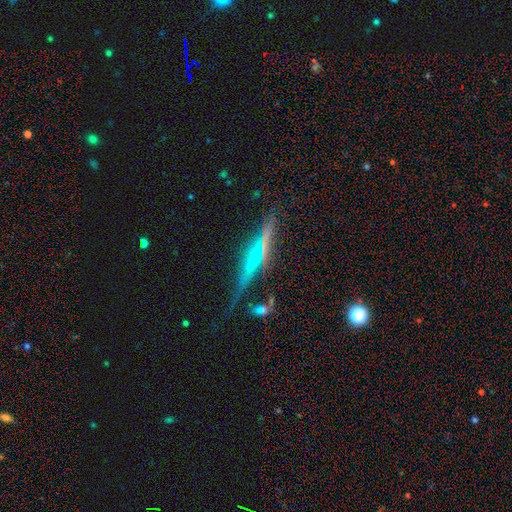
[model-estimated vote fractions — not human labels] This is possibly a featured or disk galaxy (56%). It is clearly viewed edge-on (91%). Edge-on bulge: possibly none (57%). Merging: likely none (72%).